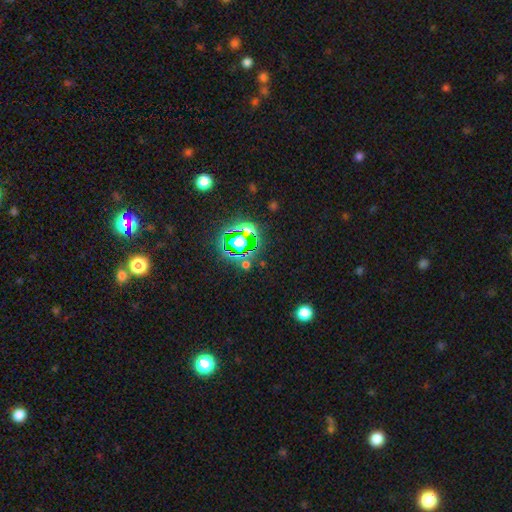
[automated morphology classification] Smooth or featured? Predicted: star or artifact (p=0.79).